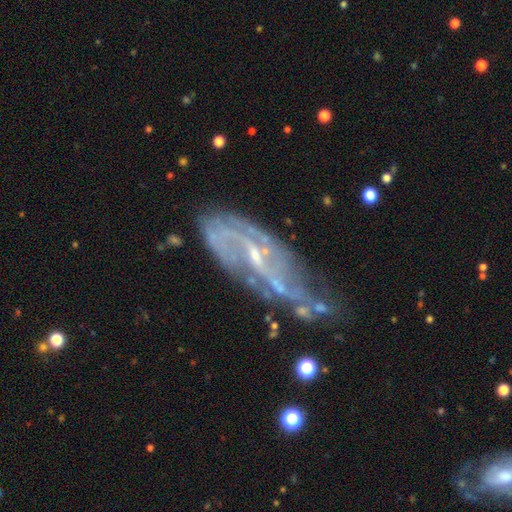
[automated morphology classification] featured or disk 80%, smooth 10%, star or artifact 9%. Down the decision tree: edge-on disk — no (87%); bar — weak (45%); spiral arms — yes (85%); spiral arm count — can't tell (39%); spiral winding — medium (40%); bulge size — small (73%); merging — none (45%).